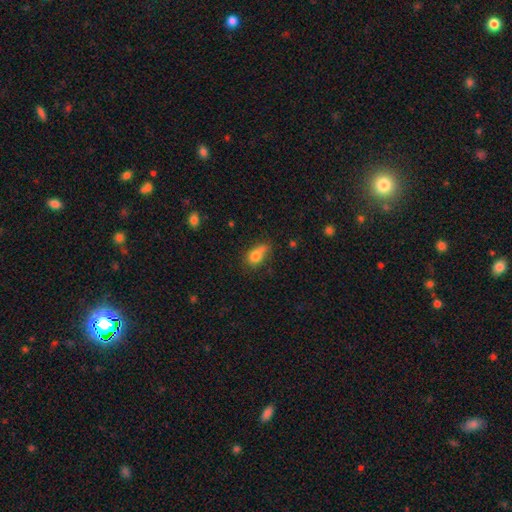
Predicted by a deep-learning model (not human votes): A smooth galaxy with no disk features (77%) that is in between round and cigar-shaped (64%). Merging: none (37%).